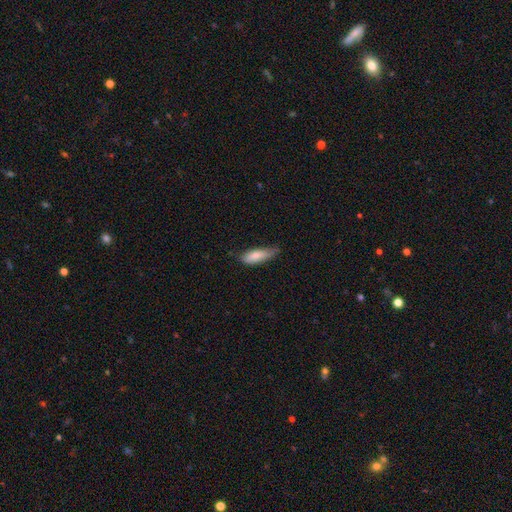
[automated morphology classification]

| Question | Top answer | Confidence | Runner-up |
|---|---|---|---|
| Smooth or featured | smooth | 81% | featured or disk (12%) |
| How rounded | in between | 57% | cigar-shaped (41%) |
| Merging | none | 46% | minor disturbance (43%) |